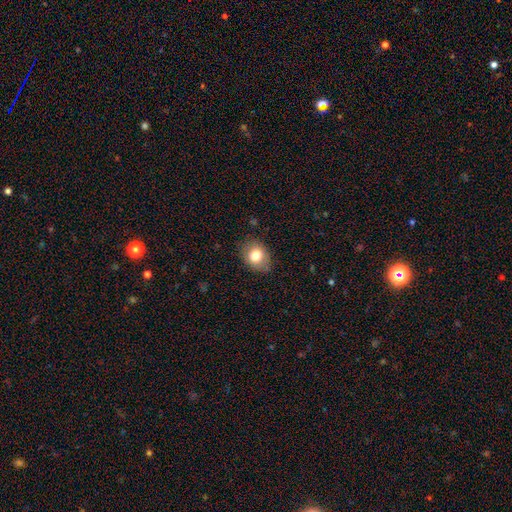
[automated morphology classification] smooth 79%, featured or disk 12%, star or artifact 9%. Down the decision tree: how rounded — in between (58%); merging — none (80%).